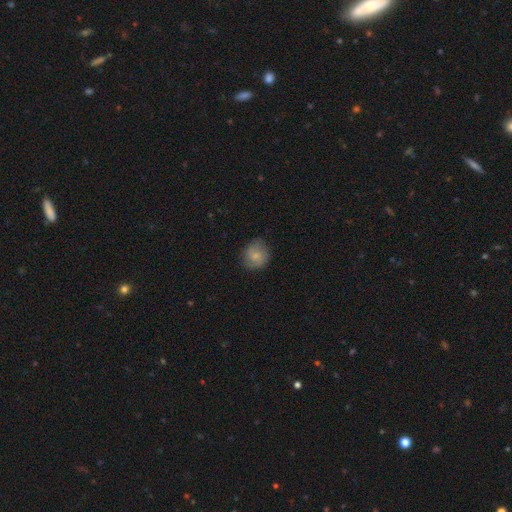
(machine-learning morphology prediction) This is likely a smooth galaxy (73%). How rounded: clearly round (83%). Merging: likely none (76%).